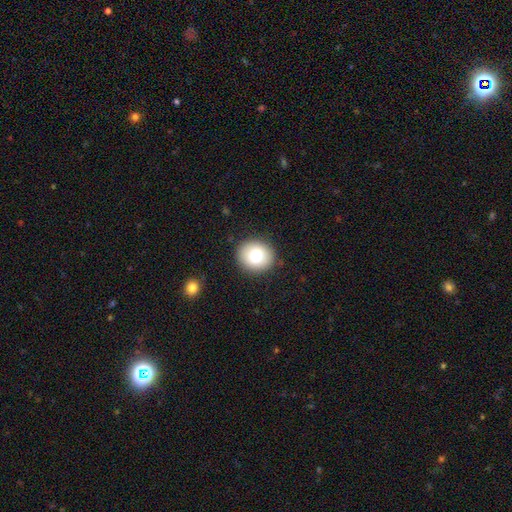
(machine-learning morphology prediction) Smooth or featured: smooth — 78% (featured or disk — 13%)
How rounded: round — 78% (in between — 22%)
Merging: none — 89% (minor disturbance — 7%)